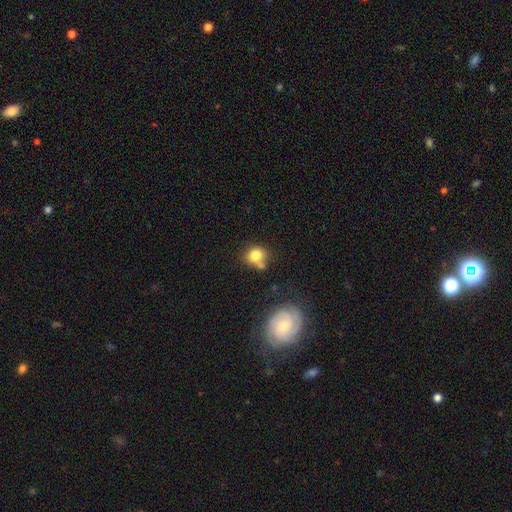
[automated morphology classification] Smooth or featured: smooth — 79% (featured or disk — 11%)
How rounded: round — 73% (in between — 26%)
Merging: none — 54% (merger — 23%)